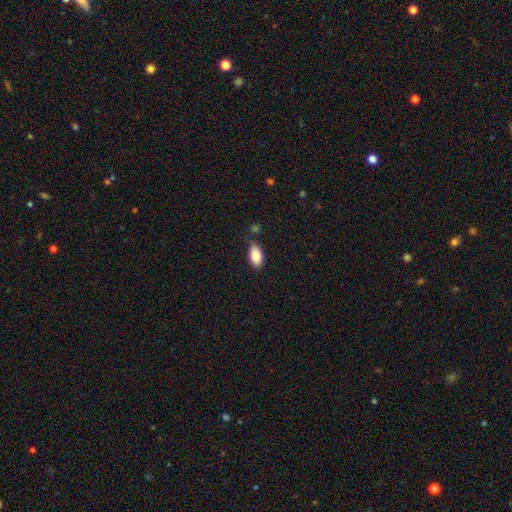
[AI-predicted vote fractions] Smooth or featured? Predicted: smooth (p=0.82). How rounded? Predicted: in between (p=0.92). Merging? Predicted: none (p=0.81).